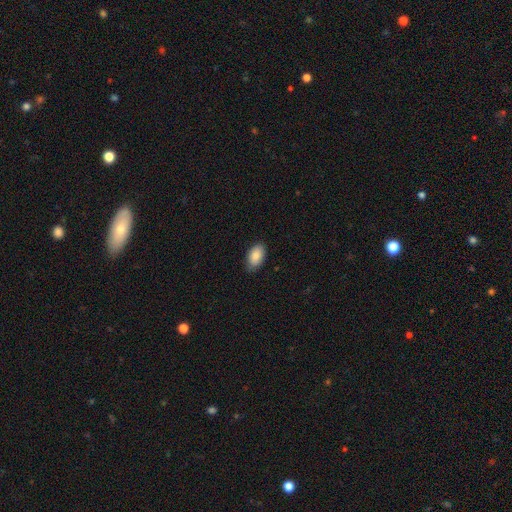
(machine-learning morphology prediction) A smooth galaxy with no disk features (87%) that is in between round and cigar-shaped (94%). Merging: none (83%).